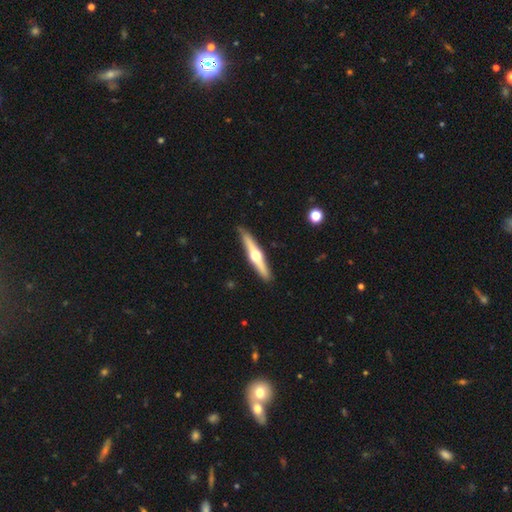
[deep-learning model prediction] This is likely a featured or disk galaxy (70%). It is clearly viewed edge-on (97%). Edge-on bulge: clearly rounded (95%). Merging: clearly none (88%).